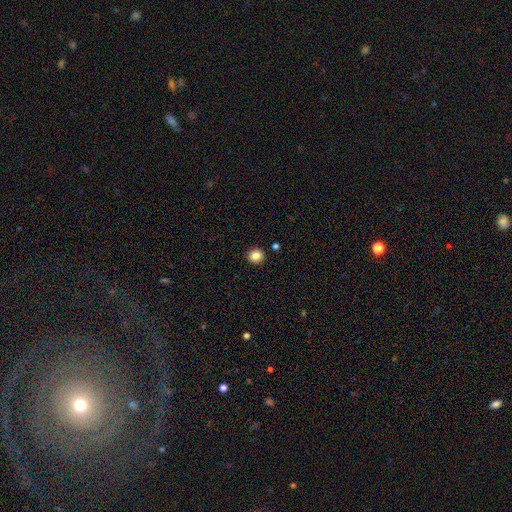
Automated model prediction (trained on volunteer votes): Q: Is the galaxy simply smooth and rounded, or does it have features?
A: smooth — 84%.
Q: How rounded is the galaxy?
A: round — 91%.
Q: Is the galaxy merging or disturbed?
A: none — 92%.